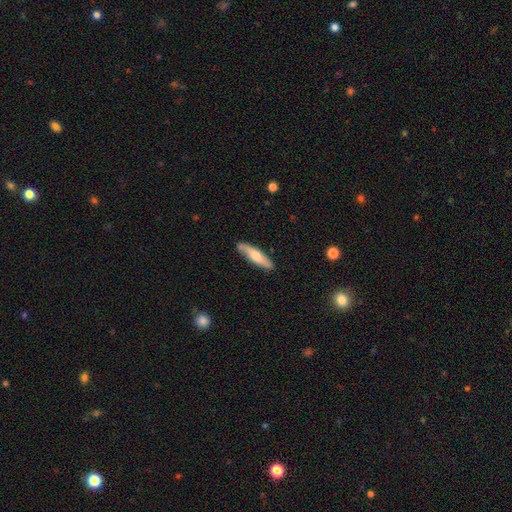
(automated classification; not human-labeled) smooth-or-featured: smooth: 55% | featured or disk: 40% | star or artifact: 5%
  how-rounded: cigar-shaped: 76% | in between: 22% | round: 2%
  merging: none: 81% | minor disturbance: 14% | major disturbance: 2% | merger: 2%